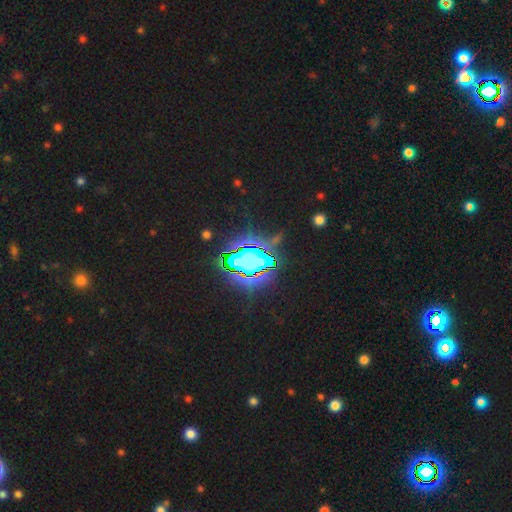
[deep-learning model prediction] Smooth or featured: star or artifact — 82% (smooth — 11%)